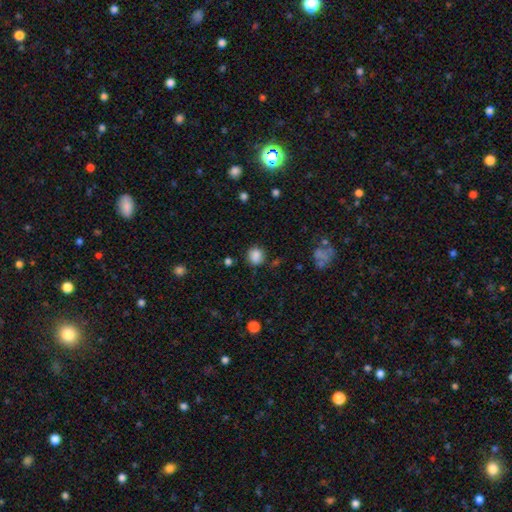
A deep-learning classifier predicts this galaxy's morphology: Q: Smooth or featured?
A: smooth (85%); runner-up: star or artifact (10%)
Q: How rounded?
A: round (78%); runner-up: in between (21%)
Q: Merging?
A: none (78%); runner-up: minor disturbance (15%)